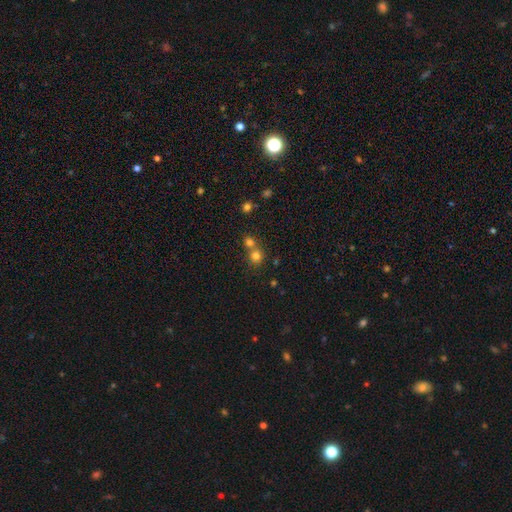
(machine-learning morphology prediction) smooth 75%, star or artifact 16%, featured or disk 8%. Down the decision tree: how rounded — round (87%); merging — none (47%).